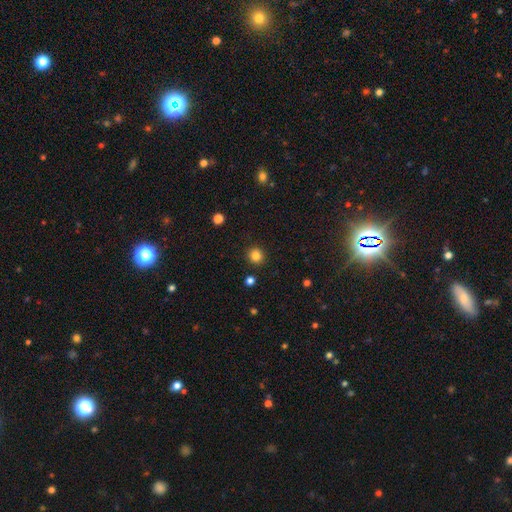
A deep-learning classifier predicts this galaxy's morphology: smooth 84%, star or artifact 12%, featured or disk 4%. Down the decision tree: how rounded — round (92%); merging — none (91%).